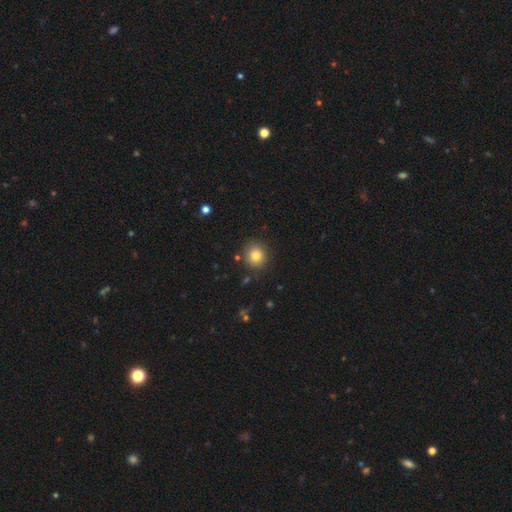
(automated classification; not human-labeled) Overall: smooth (81%). How rounded: round (90%). Merging: none (88%).